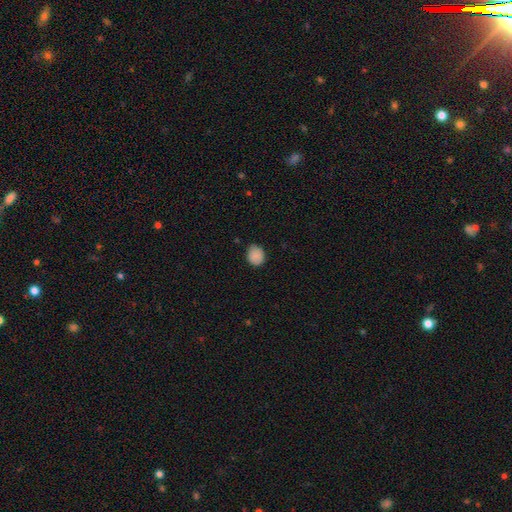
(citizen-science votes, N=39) smooth_or_featured: smooth (p=0.87) [alt: star or artifact p=0.08]
how_rounded: round (p=0.88) [alt: in between p=0.12]
merging: none (p=0.67) [alt: minor disturbance p=0.31]